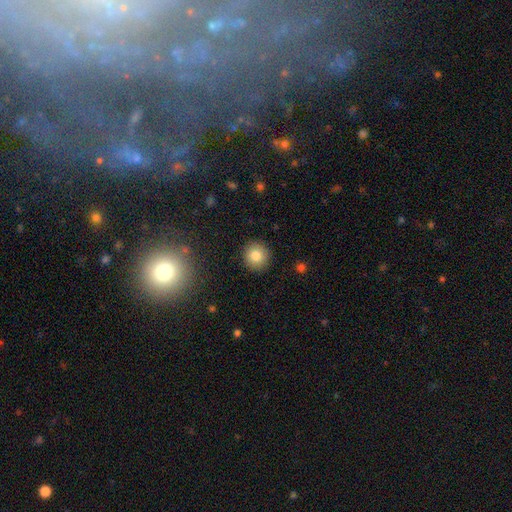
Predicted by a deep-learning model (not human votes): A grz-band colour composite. It shows a smooth galaxy with no disk features (81%) that is round (93%). Merging: none (91%).